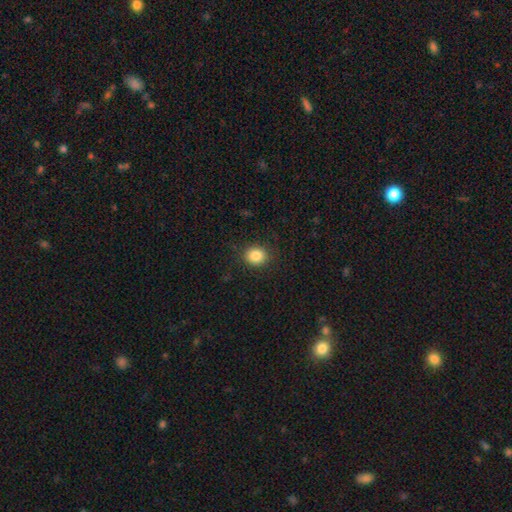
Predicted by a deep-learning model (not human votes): This appears to be a smooth galaxy with no disk features (85%) that is round (73%). Merging: none (88%).